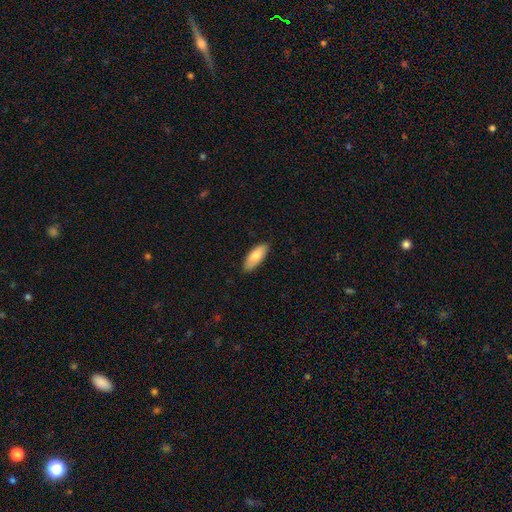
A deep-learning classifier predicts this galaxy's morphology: Smooth or featured?
  - smooth: 81% *
  - featured or disk: 14%
  - star or artifact: 6%
How rounded?
  - in between: 78% *
  - cigar-shaped: 20%
  - round: 2%
Merging?
  - none: 85% *
  - minor disturbance: 12%
  - major disturbance: 2%
  - merger: 1%